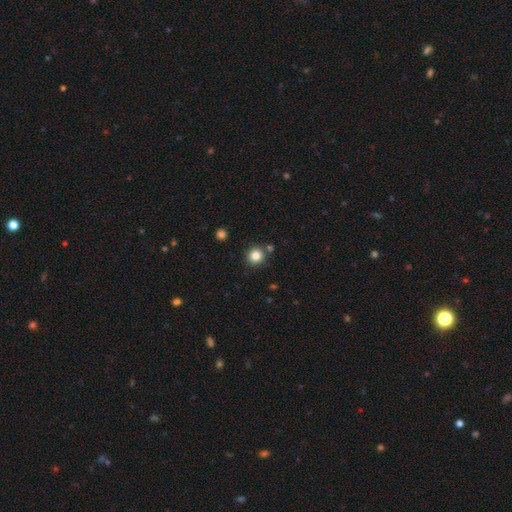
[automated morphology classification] Smooth or featured: smooth — 83% (star or artifact — 11%)
How rounded: round — 92% (in between — 7%)
Merging: none — 84% (minor disturbance — 7%)